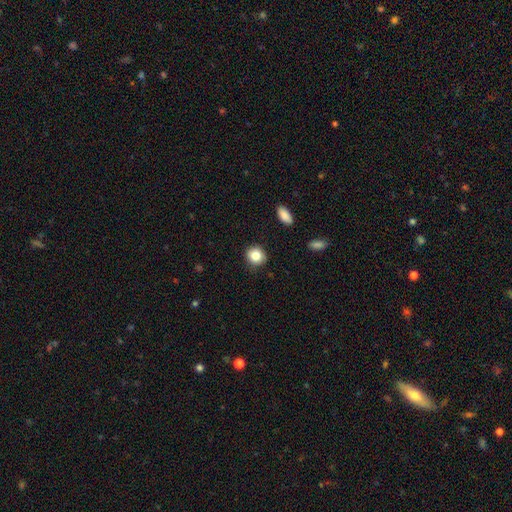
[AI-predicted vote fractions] A smooth galaxy with no disk features (83%) that is round (83%). Merging: none (88%).